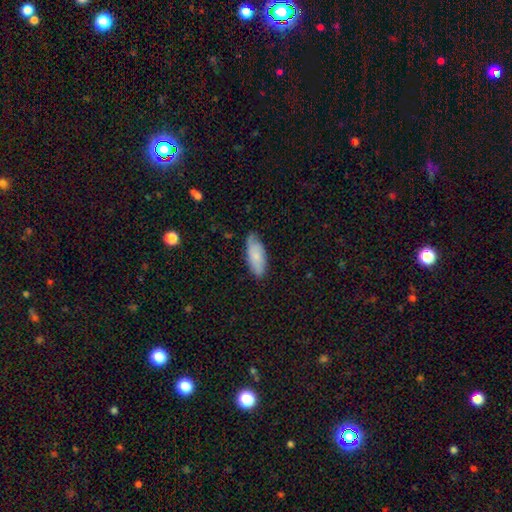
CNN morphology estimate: Q: Smooth or featured?
A: smooth (72%); runner-up: featured or disk (22%)
Q: How rounded?
A: in between (80%); runner-up: cigar-shaped (18%)
Q: Merging?
A: none (70%); runner-up: minor disturbance (25%)